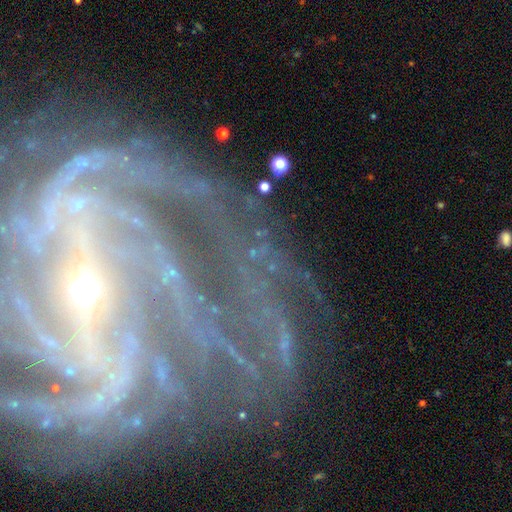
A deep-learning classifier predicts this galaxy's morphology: A featured or disk galaxy (75%) with a strong bar (41%), tight (69%) spiral arms (95%) and a small central bulge (63%). Merging: none (72%).